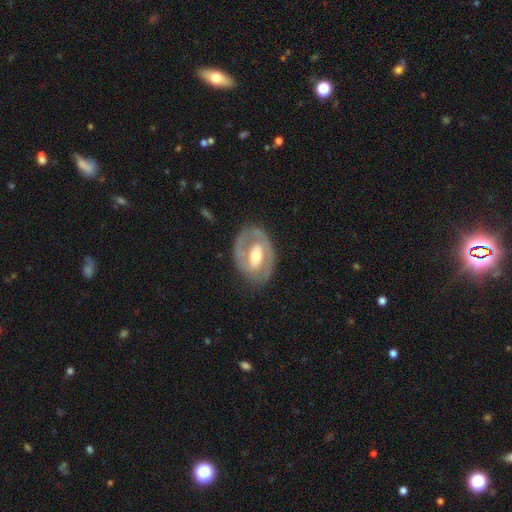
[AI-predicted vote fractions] featured or disk 74%, smooth 22%, star or artifact 5%. Down the decision tree: edge-on disk — no (95%); bar — weak (38%); spiral arms — yes (61%); bulge size — moderate (67%); merging — none (74%).